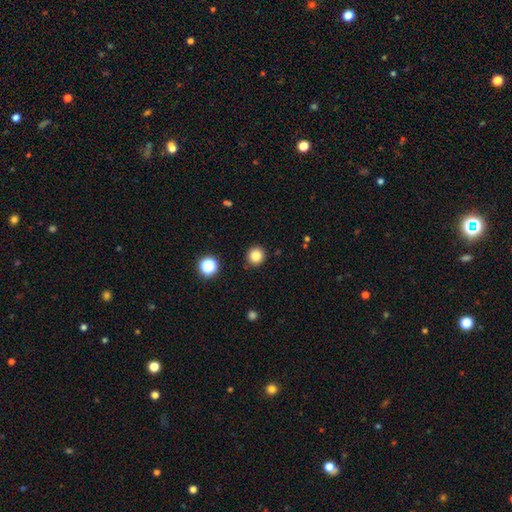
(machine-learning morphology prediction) type=smooth (82%); roundness=round (92%); merging=none (91%).